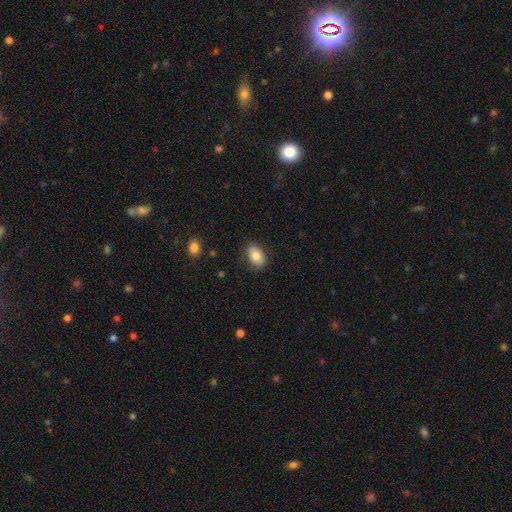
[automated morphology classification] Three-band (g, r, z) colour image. It shows a smooth galaxy with no disk features (82%) that is in between round and cigar-shaped (87%). Merging: none (84%).